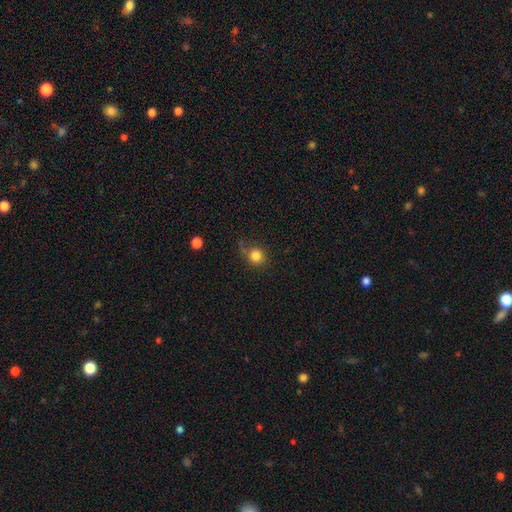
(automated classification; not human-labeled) This is clearly a smooth galaxy (82%). How rounded: clearly round (87%). Merging: likely none (65%).